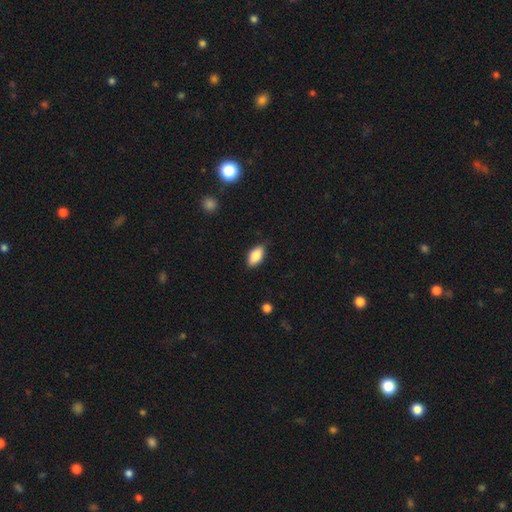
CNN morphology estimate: Q: Smooth or featured?
A: smooth (82%); runner-up: featured or disk (11%)
Q: How rounded?
A: in between (89%); runner-up: cigar-shaped (7%)
Q: Merging?
A: none (81%); runner-up: minor disturbance (15%)